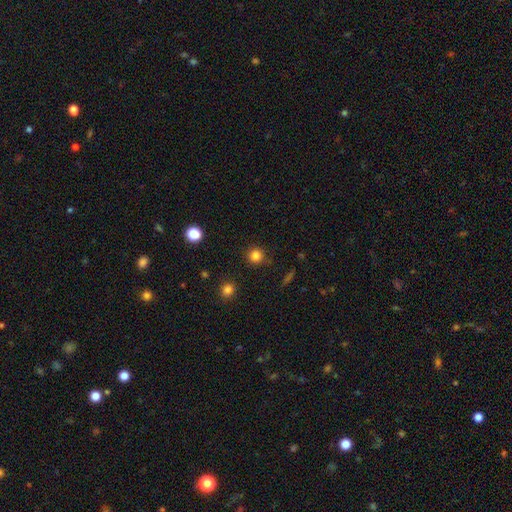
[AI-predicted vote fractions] smooth_or_featured: smooth (p=0.83) [alt: star or artifact p=0.13]
how_rounded: round (p=0.93) [alt: in between p=0.06]
merging: none (p=0.89) [alt: minor disturbance p=0.07]